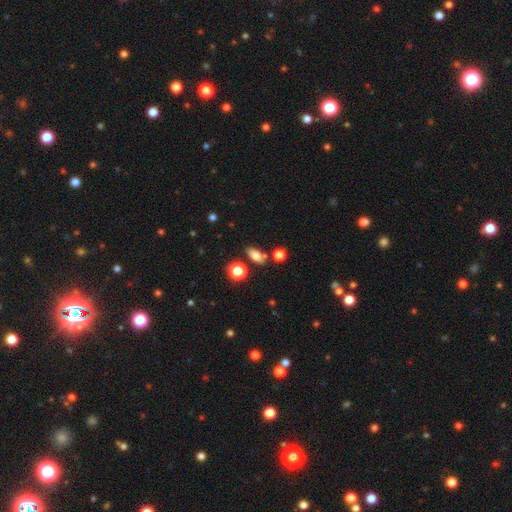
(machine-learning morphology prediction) A smooth galaxy with no disk features (74%) that is in between round and cigar-shaped (78%). Merging: none (73%).